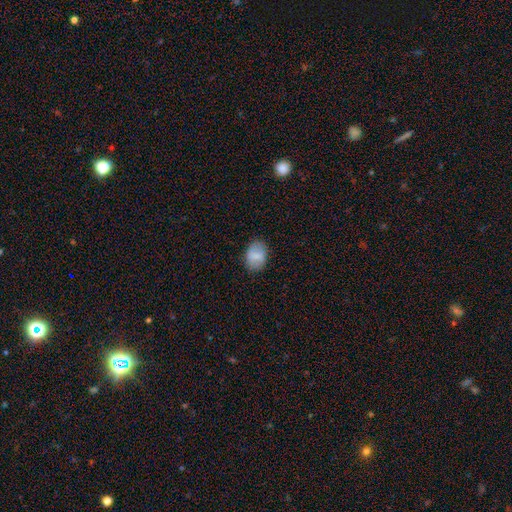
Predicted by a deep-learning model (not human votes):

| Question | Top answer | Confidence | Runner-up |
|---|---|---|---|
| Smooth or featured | smooth | 72% | featured or disk (21%) |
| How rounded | in between | 75% | round (24%) |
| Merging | none | 83% | minor disturbance (12%) |